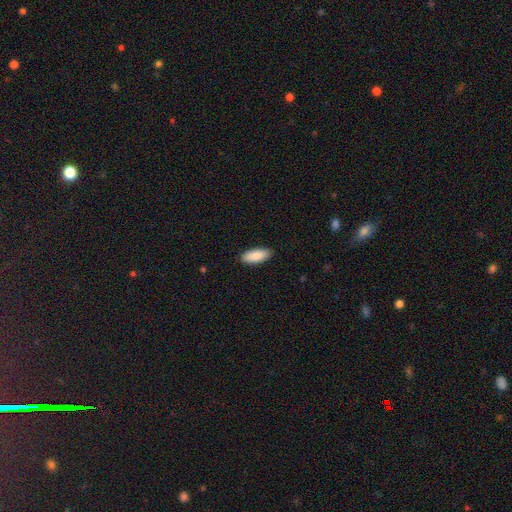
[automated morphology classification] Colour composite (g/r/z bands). It shows a smooth galaxy with no disk features (88%) that is in between round and cigar-shaped (83%). Merging: none (90%).